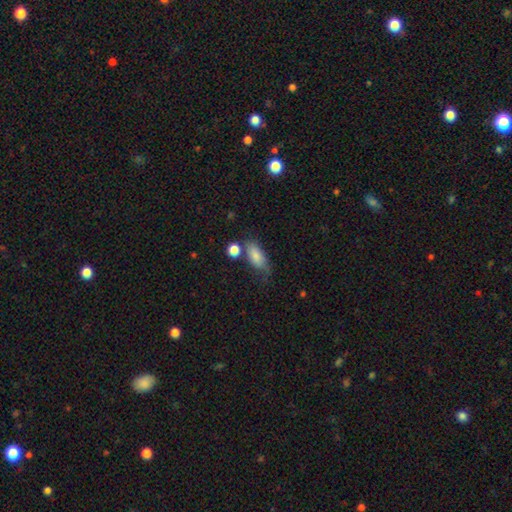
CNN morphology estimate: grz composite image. It shows a smooth galaxy with no disk features (79%) that is in between round and cigar-shaped (86%). Merging: none (45%).